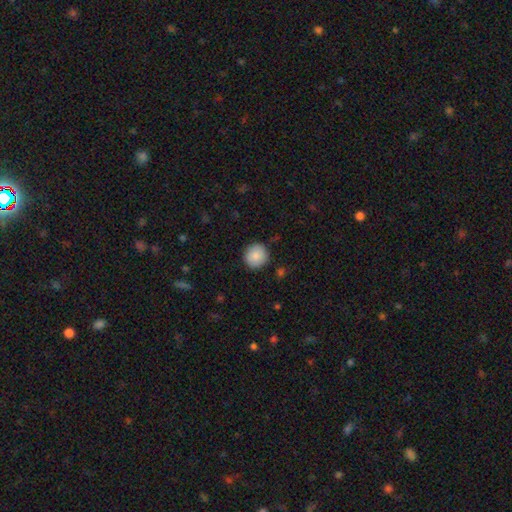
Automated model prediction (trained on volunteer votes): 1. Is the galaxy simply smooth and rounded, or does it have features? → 87% smooth, 7% star or artifact, 5% featured or disk.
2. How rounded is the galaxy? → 93% round, 7% in between, 1% cigar-shaped.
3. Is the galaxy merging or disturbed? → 88% none, 8% minor disturbance, 2% major disturbance, 1% merger.